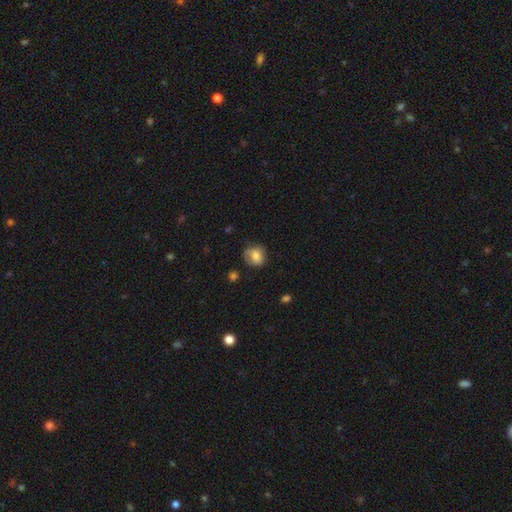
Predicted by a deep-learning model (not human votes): Smooth or featured? smooth (77%)
How rounded? round (70%)
Merging? none (64%)